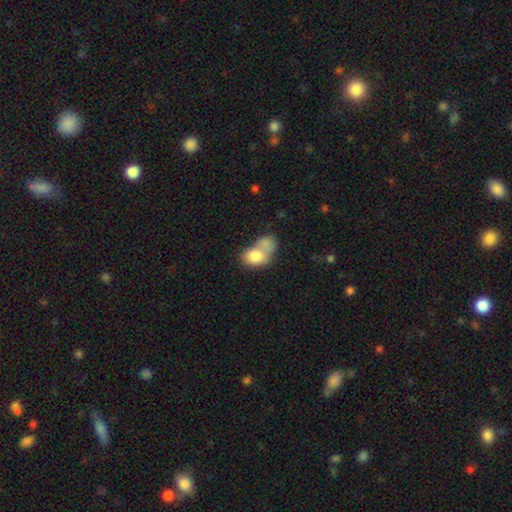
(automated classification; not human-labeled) This is likely a smooth galaxy (79%). How rounded: likely in between (75%). Merging: likely merger (63%).